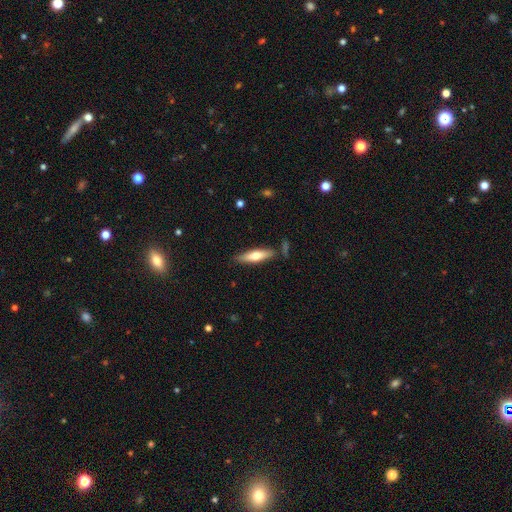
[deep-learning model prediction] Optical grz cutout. It shows a smooth galaxy with no disk features (61%) that is cigar-shaped (70%). Merging: none (82%).